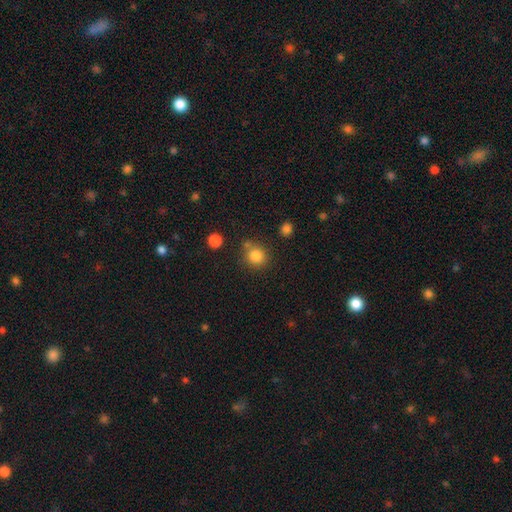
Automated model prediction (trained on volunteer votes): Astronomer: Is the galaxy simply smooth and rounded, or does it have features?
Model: smooth — 83%.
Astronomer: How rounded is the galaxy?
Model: round — 88%.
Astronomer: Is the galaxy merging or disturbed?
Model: none — 74%.